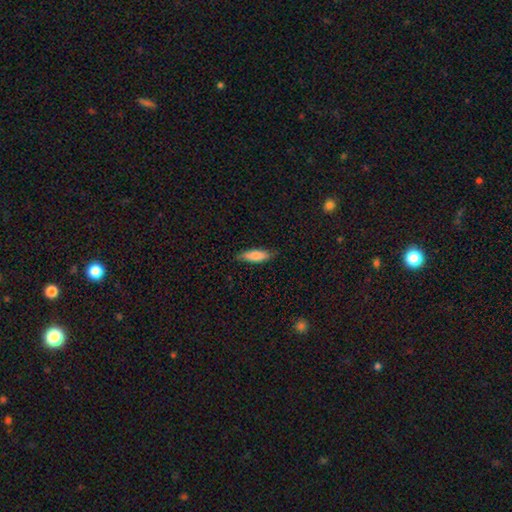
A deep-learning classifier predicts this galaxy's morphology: Smooth or featured: smooth — 78% (featured or disk — 16%)
How rounded: in between — 57% (cigar-shaped — 42%)
Merging: none — 80% (minor disturbance — 16%)